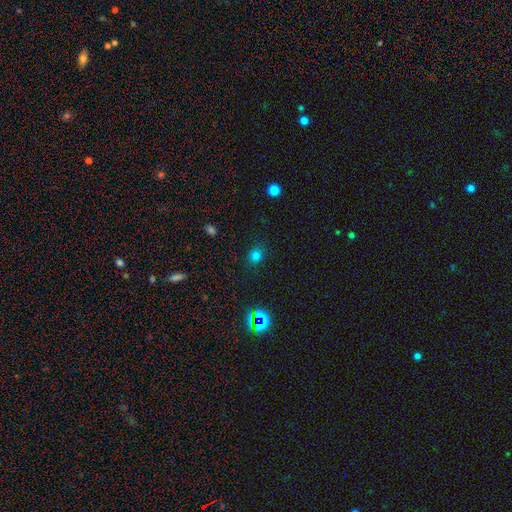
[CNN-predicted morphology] A smooth galaxy with no disk features (74%) that is round (77%).

Vote fractions:
- Smooth or featured? smooth: 74% / star or artifact: 21% / featured or disk: 5%
- How rounded? round: 77% / in between: 22% / cigar-shaped: 1%
- Merging? none: 84% / minor disturbance: 11% / major disturbance: 4% / merger: 2%